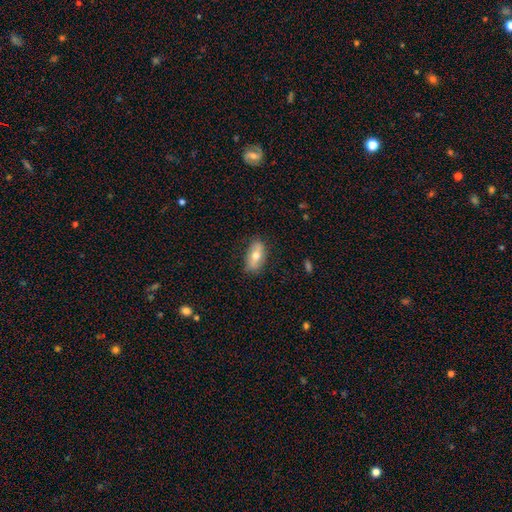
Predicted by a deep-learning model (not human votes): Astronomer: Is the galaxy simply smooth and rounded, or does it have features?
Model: smooth — 61%.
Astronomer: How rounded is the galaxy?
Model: in between — 88%.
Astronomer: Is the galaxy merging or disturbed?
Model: none — 81%.